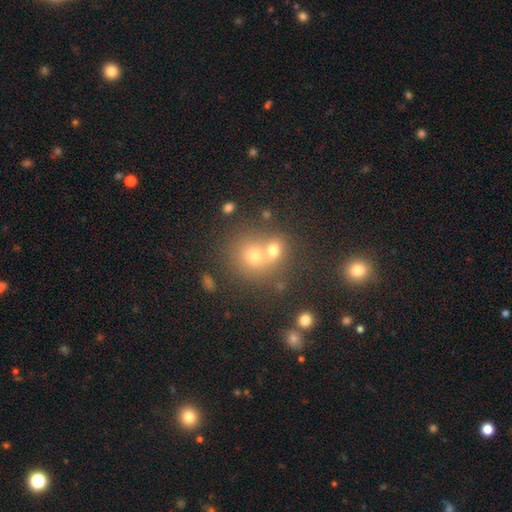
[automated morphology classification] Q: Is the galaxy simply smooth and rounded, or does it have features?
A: smooth — 65%.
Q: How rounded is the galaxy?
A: round — 80%.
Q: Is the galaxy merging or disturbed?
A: merger — 48%.